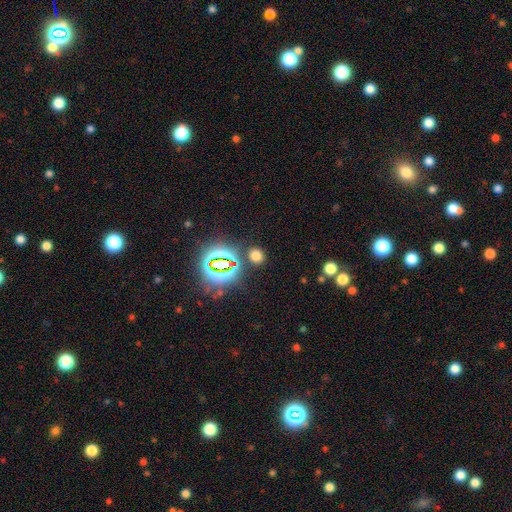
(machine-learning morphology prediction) This is likely a smooth galaxy (63%). How rounded: likely round (78%). Merging: clearly none (85%).